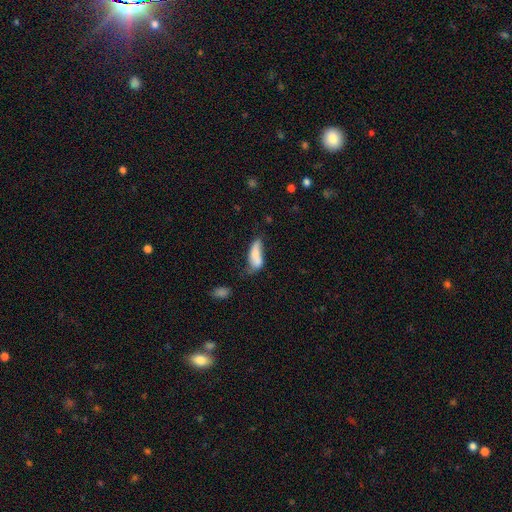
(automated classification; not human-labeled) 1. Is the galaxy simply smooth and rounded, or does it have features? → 69% smooth, 23% featured or disk, 8% star or artifact.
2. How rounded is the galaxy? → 68% in between, 29% cigar-shaped, 3% round.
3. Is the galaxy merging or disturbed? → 31% none, 30% minor disturbance, 20% merger, 19% major disturbance.